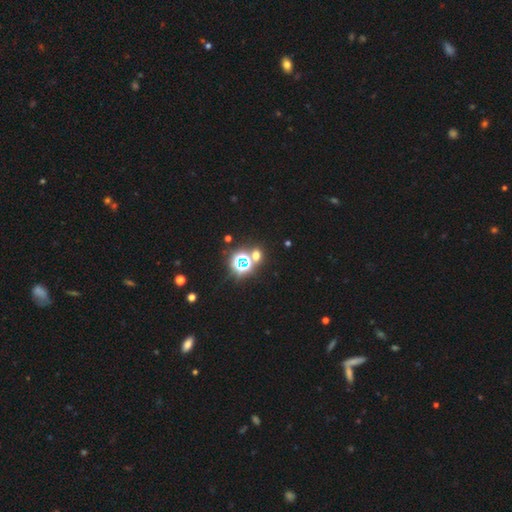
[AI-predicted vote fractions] A star or artifact, not a galaxy (57%).